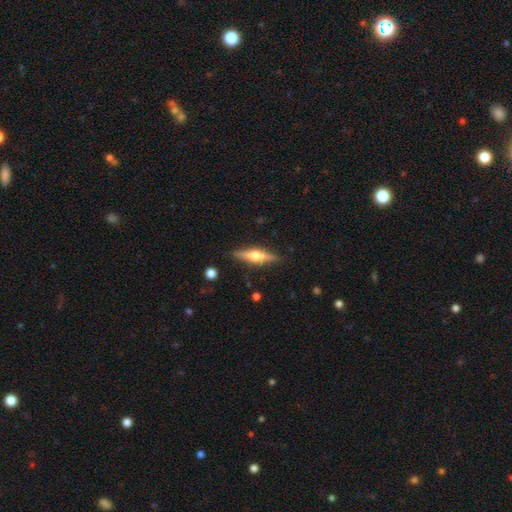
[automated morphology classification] Overall: featured or disk (63%; smooth 31%). Edge-on disk: yes (96%). Edge-on bulge: rounded (93%). Merging: none (88%).